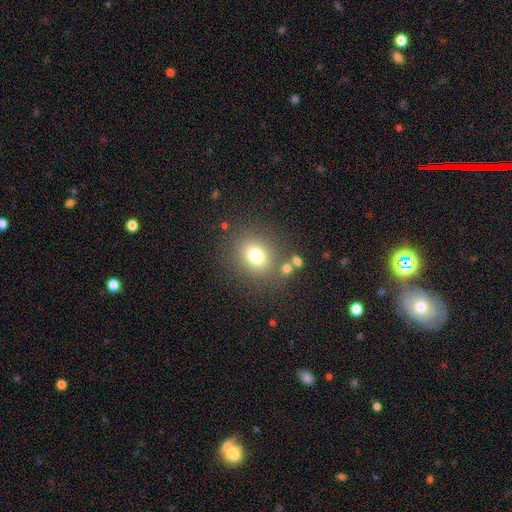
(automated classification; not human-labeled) Morphology: type=smooth (75%); roundness=round (68%); merging=none (79%).